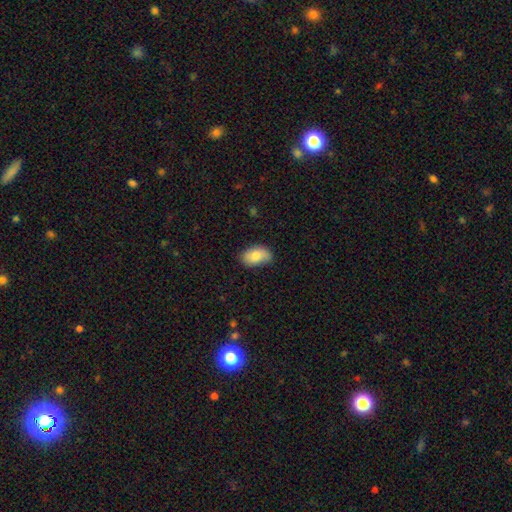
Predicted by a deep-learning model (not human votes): Smooth or featured? smooth (77%)
How rounded? in between (91%)
Merging? none (72%)